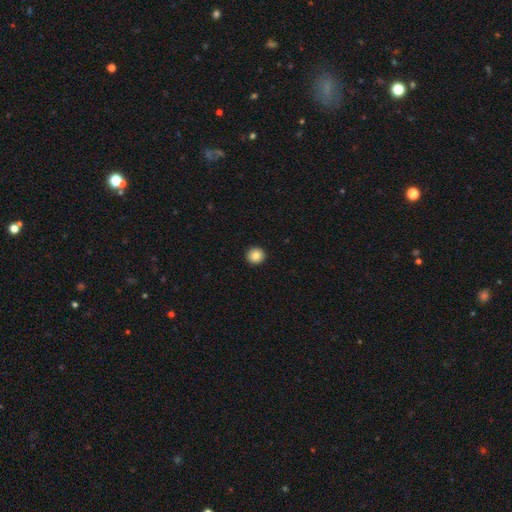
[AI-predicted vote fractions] Overall: smooth (85%). How rounded: round (94%). Merging: none (94%).